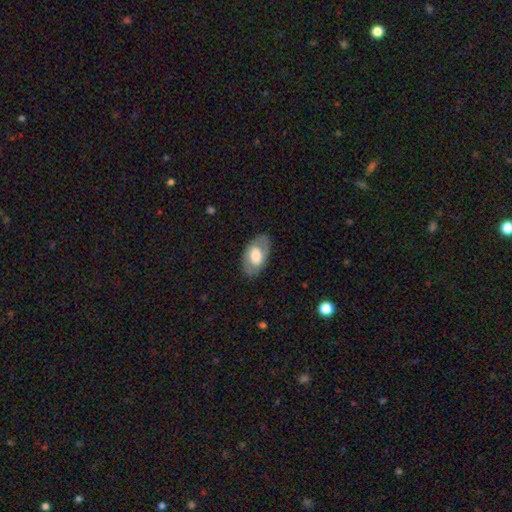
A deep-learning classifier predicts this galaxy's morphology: This appears to be a smooth galaxy with no disk features (48%). Merging: none (80%).